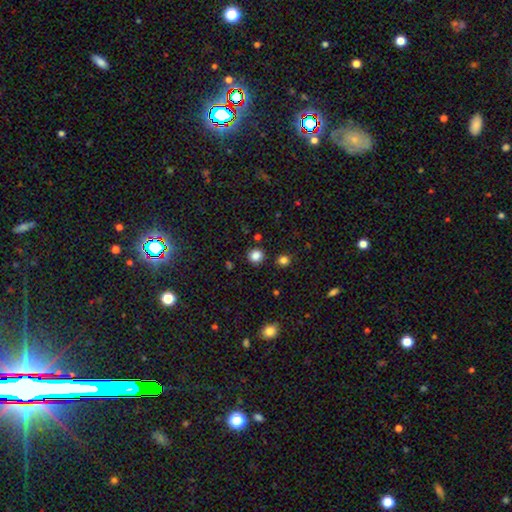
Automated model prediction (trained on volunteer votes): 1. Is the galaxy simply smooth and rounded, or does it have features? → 83% smooth, 13% star or artifact, 4% featured or disk.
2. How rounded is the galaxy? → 91% round, 8% in between, 1% cigar-shaped.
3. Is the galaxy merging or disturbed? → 88% none, 7% minor disturbance, 3% merger, 2% major disturbance.